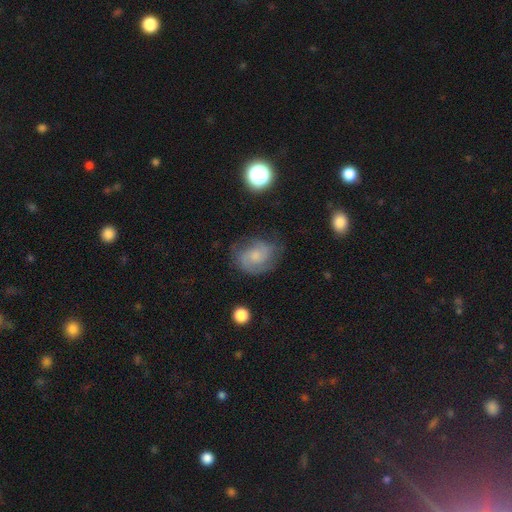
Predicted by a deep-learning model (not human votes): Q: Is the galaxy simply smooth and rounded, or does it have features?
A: featured or disk — 64%.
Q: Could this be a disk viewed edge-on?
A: no — 98%.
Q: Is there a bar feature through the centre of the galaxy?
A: no — 66%.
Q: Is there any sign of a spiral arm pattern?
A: yes — 91%.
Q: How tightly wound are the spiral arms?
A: medium — 45%.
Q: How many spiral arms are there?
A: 2 — 62%.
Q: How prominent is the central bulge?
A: small — 45%.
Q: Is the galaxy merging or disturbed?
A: none — 66%.